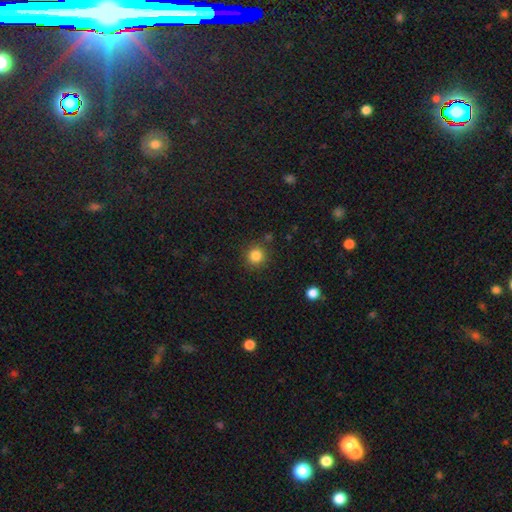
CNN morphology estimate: smooth 84%, star or artifact 11%, featured or disk 4%. Down the decision tree: how rounded — round (93%); merging — none (86%).